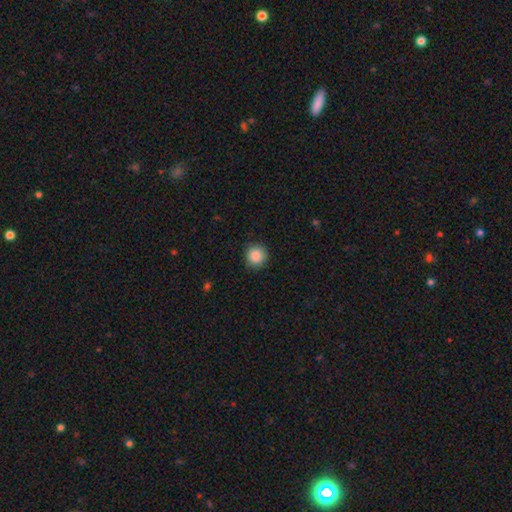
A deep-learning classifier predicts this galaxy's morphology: smooth 88%, star or artifact 9%, featured or disk 3%. Down the decision tree: how rounded — round (94%); merging — none (89%).